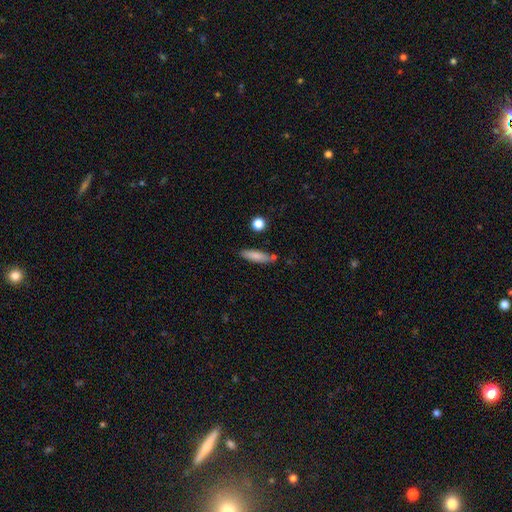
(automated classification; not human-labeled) This is likely a smooth galaxy (80%). How rounded: likely cigar-shaped (71%). Merging: likely none (77%).